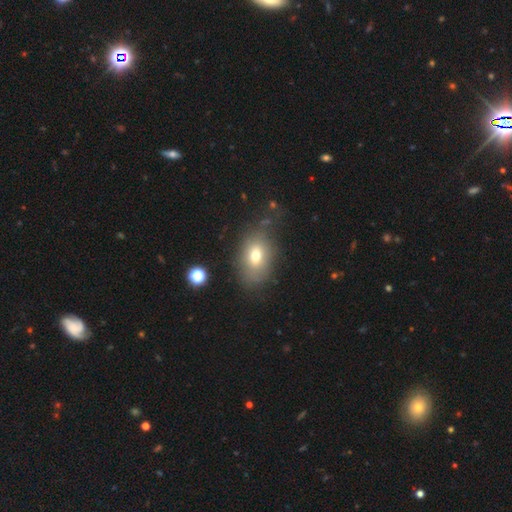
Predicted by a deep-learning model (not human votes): Smooth or featured? smooth (69%)
How rounded? in between (77%)
Merging? none (67%)